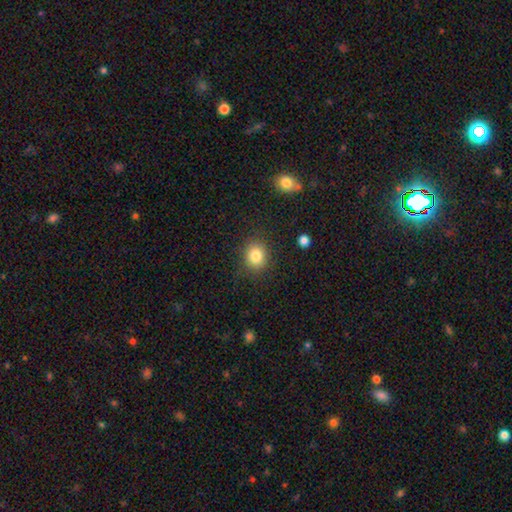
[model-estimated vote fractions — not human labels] A smooth galaxy with no disk features (83%) that is round (69%).

Vote fractions:
- Smooth or featured? smooth: 83% / star or artifact: 10% / featured or disk: 7%
- How rounded? round: 69% / in between: 30% / cigar-shaped: 1%
- Merging? none: 85% / minor disturbance: 10% / major disturbance: 4% / merger: 2%